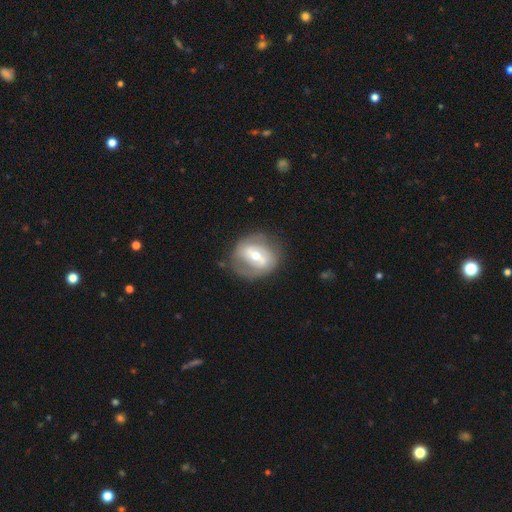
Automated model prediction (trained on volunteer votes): A featured or disk galaxy (66%) with a weak bar (36%), spiral arms (63%) and a moderate central bulge (64%). Merging: none (68%).